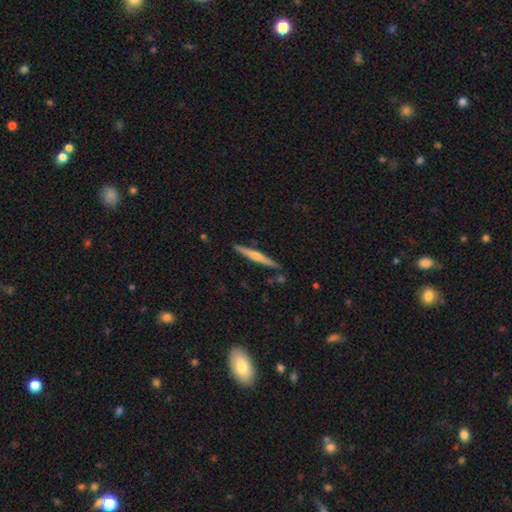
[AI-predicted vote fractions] The model was most divided on "smooth or featured": featured or disk: 64%, smooth: 31%, star or artifact: 6%. More confident: edge-on disk — yes (98%); merging — none (88%); edge-on bulge — rounded (80%).